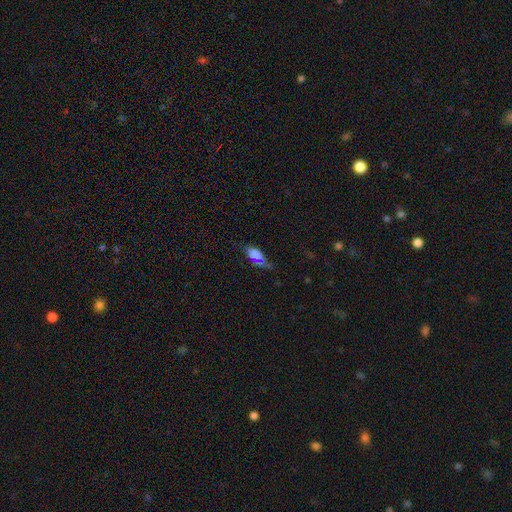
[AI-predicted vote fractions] Smooth or featured?
  - smooth: 73% *
  - star or artifact: 16%
  - featured or disk: 11%
How rounded?
  - in between: 83% *
  - cigar-shaped: 12%
  - round: 5%
Merging?
  - none: 50% *
  - minor disturbance: 29%
  - major disturbance: 14%
  - merger: 7%